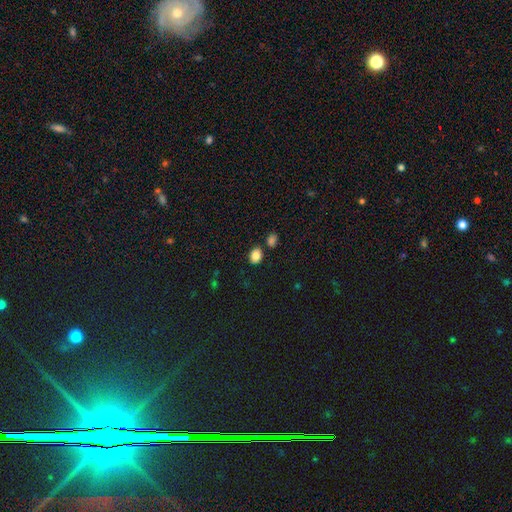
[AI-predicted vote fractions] Q: Smooth or featured?
A: smooth (85%); runner-up: star or artifact (10%)
Q: How rounded?
A: in between (61%); runner-up: round (38%)
Q: Merging?
A: none (78%); runner-up: minor disturbance (11%)